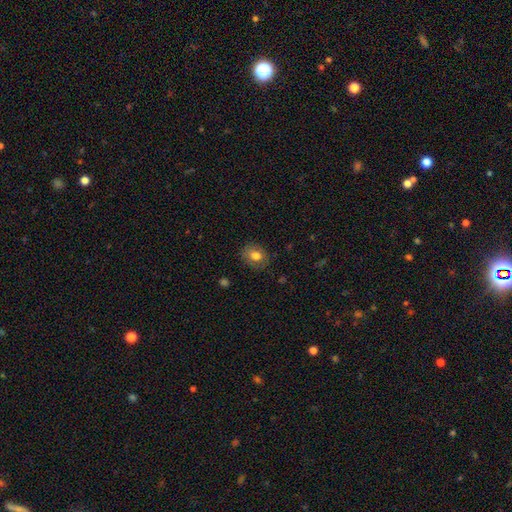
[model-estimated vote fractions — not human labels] smooth-or-featured: smooth: 75% | featured or disk: 16% | star or artifact: 9%
  how-rounded: in between: 53% | round: 46% | cigar-shaped: 1%
  merging: none: 82% | minor disturbance: 13% | major disturbance: 3% | merger: 1%